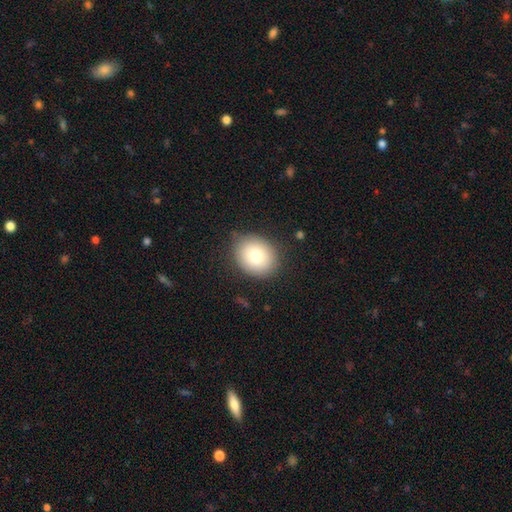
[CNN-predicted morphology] A smooth galaxy with no disk features (79%) that is round (60%). Merging: none (82%).